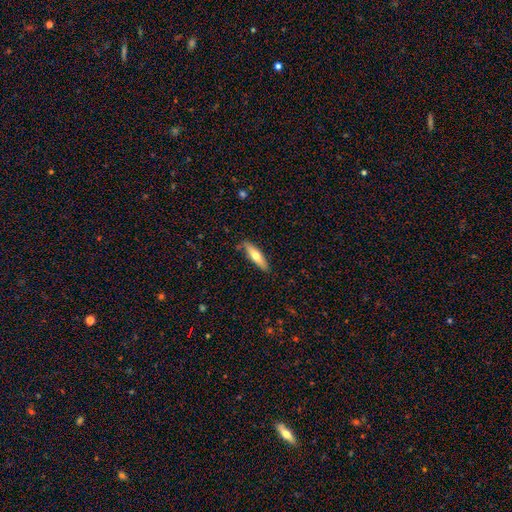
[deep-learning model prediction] This is likely a smooth galaxy (62%). How rounded: likely cigar-shaped (67%). Merging: clearly none (82%).